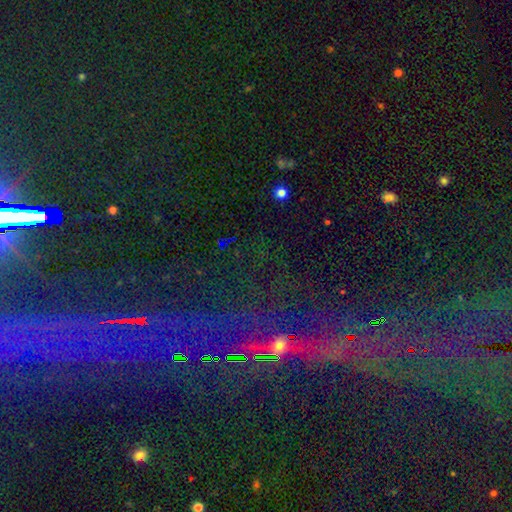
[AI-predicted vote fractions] Smooth or featured? star or artifact (77%)